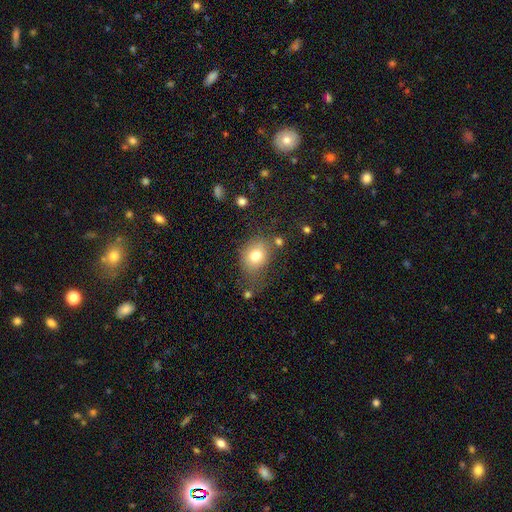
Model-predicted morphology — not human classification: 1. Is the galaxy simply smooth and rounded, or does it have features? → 77% smooth, 12% featured or disk, 11% star or artifact.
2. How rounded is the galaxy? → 50% round, 49% in between, 1% cigar-shaped.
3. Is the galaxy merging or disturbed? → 54% none, 27% minor disturbance, 13% major disturbance, 7% merger.